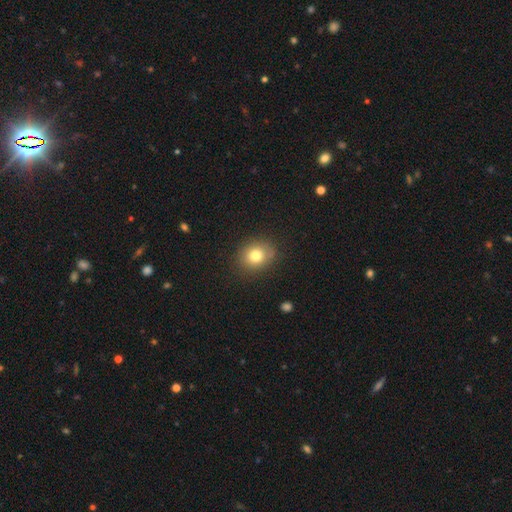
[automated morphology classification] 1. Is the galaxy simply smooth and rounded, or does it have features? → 79% smooth, 12% star or artifact, 10% featured or disk.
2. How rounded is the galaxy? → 66% round, 34% in between, 1% cigar-shaped.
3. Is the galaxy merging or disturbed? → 83% none, 12% minor disturbance, 3% major disturbance, 2% merger.